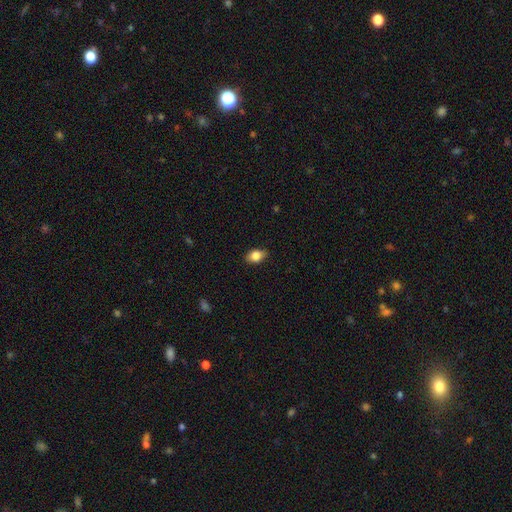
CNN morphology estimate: smooth_or_featured: smooth (p=0.83) [alt: featured or disk p=0.09]
how_rounded: in between (p=0.82) [alt: round p=0.16]
merging: none (p=0.85) [alt: minor disturbance p=0.12]